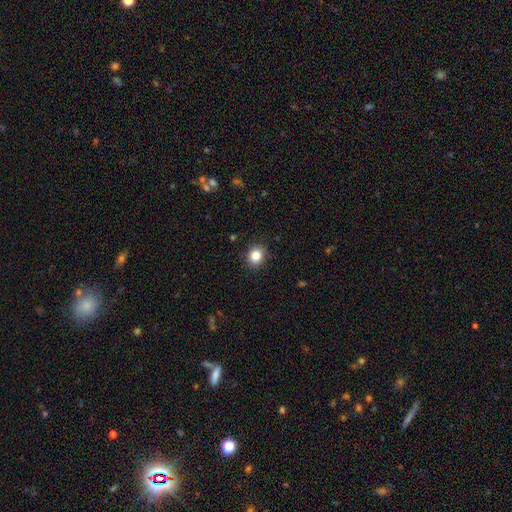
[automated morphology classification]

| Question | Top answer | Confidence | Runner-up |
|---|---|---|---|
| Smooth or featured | smooth | 84% | star or artifact (11%) |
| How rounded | round | 70% | in between (29%) |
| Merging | none | 90% | minor disturbance (7%) |